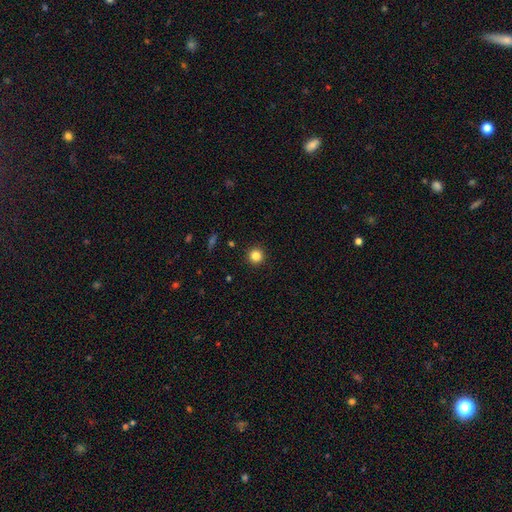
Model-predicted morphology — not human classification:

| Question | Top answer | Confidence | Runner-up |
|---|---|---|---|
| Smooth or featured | smooth | 84% | star or artifact (12%) |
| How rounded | round | 96% | in between (4%) |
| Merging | none | 93% | minor disturbance (5%) |